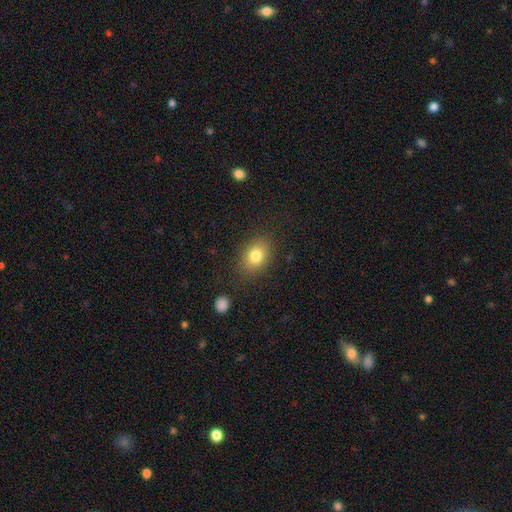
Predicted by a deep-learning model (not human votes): A smooth galaxy with no disk features (80%) that is in between round and cigar-shaped (65%). Merging: none (85%).